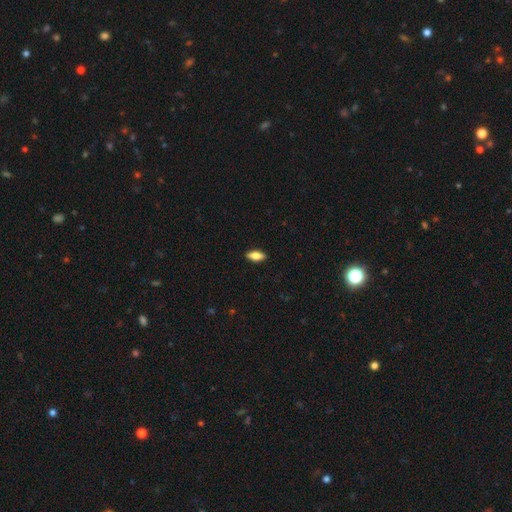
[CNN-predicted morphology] This appears to be a smooth galaxy with no disk features (78%) that is in between round and cigar-shaped (81%). Merging: none (89%).